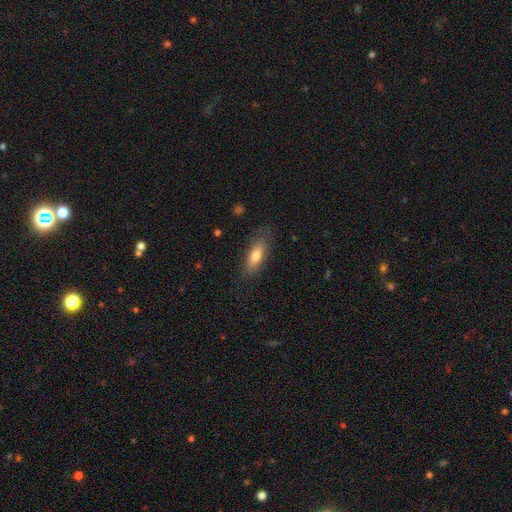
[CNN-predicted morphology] Smooth or featured? smooth (74%)
How rounded? in between (62%)
Merging? none (76%)